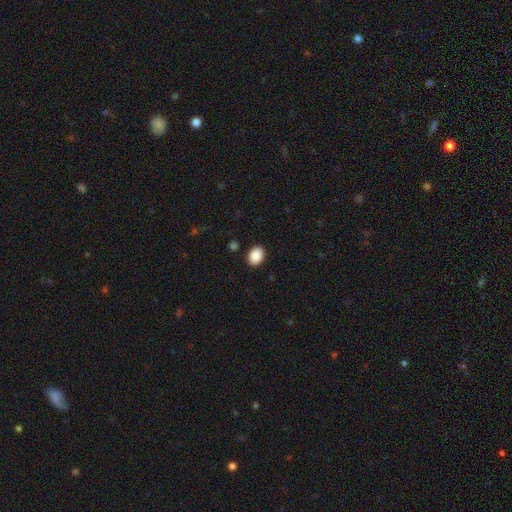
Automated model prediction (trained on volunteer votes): Smooth or featured: smooth — 90% (star or artifact — 7%)
How rounded: in between — 67% (round — 32%)
Merging: none — 90% (minor disturbance — 7%)